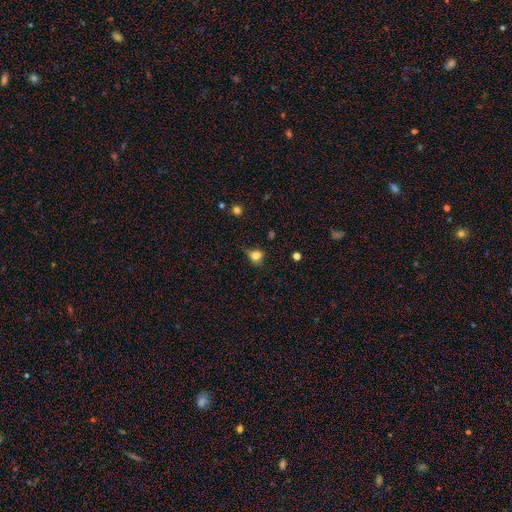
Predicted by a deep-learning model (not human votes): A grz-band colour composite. It shows a smooth galaxy with no disk features (75%) that is in between round and cigar-shaped (50%). Merging: none (50%).